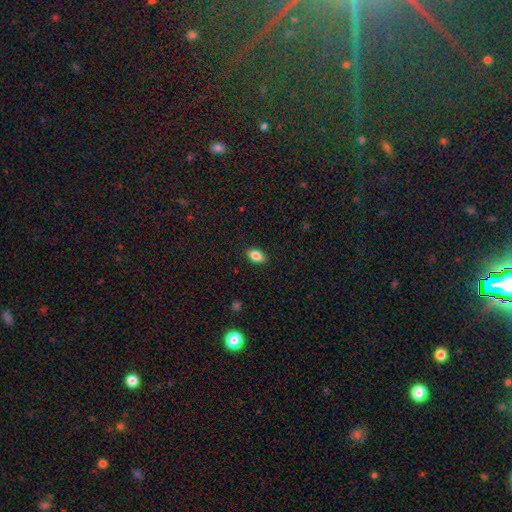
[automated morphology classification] A smooth galaxy with no disk features (85%) that is in between round and cigar-shaped (88%).

Vote fractions:
- Smooth or featured? smooth: 85% / star or artifact: 9% / featured or disk: 6%
- How rounded? in between: 88% / round: 10% / cigar-shaped: 2%
- Merging? none: 89% / minor disturbance: 8% / major disturbance: 2% / merger: 1%